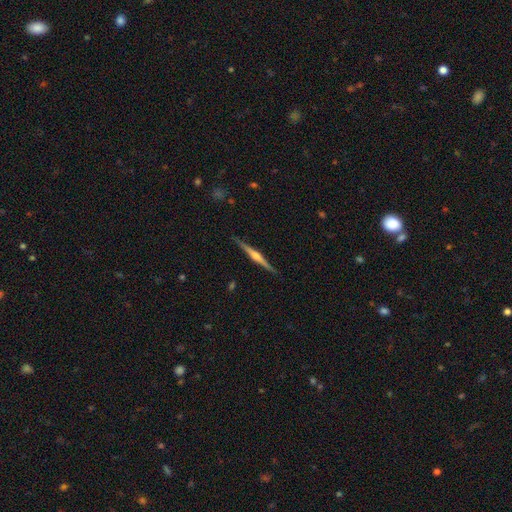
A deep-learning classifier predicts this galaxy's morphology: This appears to be a featured or disk galaxy (78%) viewed edge-on (98%) with a rounded central bulge (84%). Merging: none (90%).